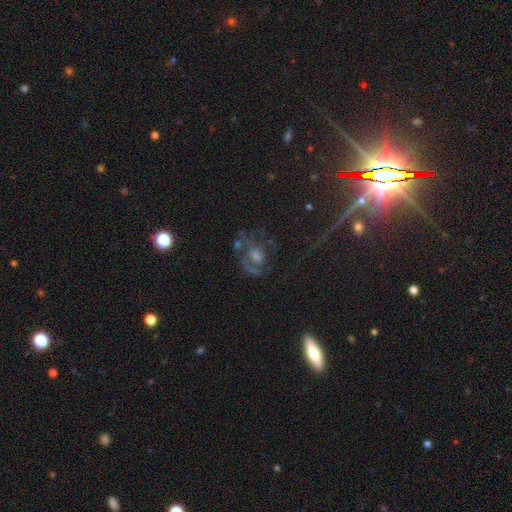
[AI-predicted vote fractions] Smooth or featured? Predicted: featured or disk (p=0.55). Edge-on disk? Predicted: no (p=0.94). Bar? Predicted: no (p=0.77). Spiral arms? Predicted: yes (p=0.60). Bulge size? Predicted: moderate (p=0.45). Merging? Predicted: none (p=0.53).